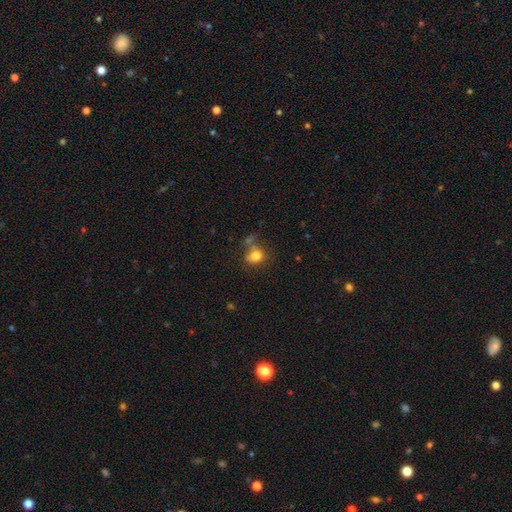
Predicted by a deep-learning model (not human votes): Smooth or featured?
  - smooth: 78% *
  - star or artifact: 11%
  - featured or disk: 11%
How rounded?
  - round: 55% *
  - in between: 43%
  - cigar-shaped: 1%
Merging?
  - none: 50% *
  - merger: 20%
  - minor disturbance: 20%
  - major disturbance: 10%